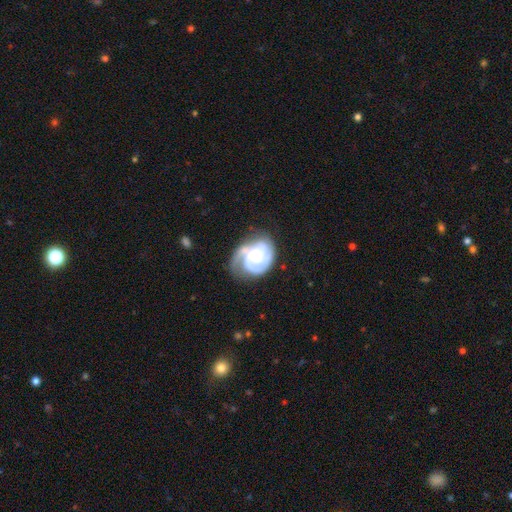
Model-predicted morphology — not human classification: type=featured or disk (87%); edge-on=no (98%); bar=no (63%); spiral arms=yes (97%); winding=tight (55%); arm count=3 (52%); bulge=moderate (42%); merging=none (60%).